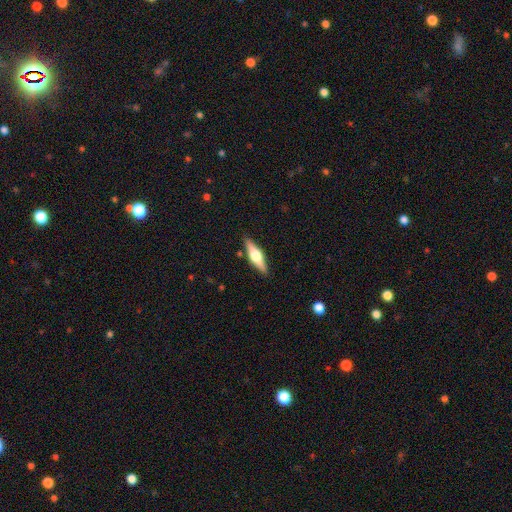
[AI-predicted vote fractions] Overall: featured or disk (60%; smooth 34%). Edge-on disk: yes (95%). Edge-on bulge: rounded (93%). Merging: none (88%).